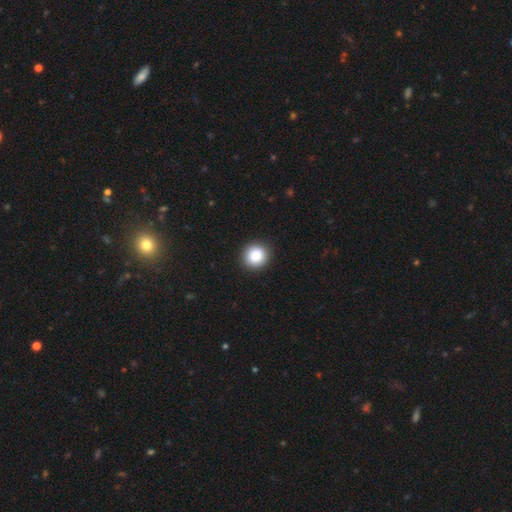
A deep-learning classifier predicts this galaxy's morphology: Smooth or featured? Predicted: smooth (p=0.87). How rounded? Predicted: round (p=0.90). Merging? Predicted: none (p=0.92).